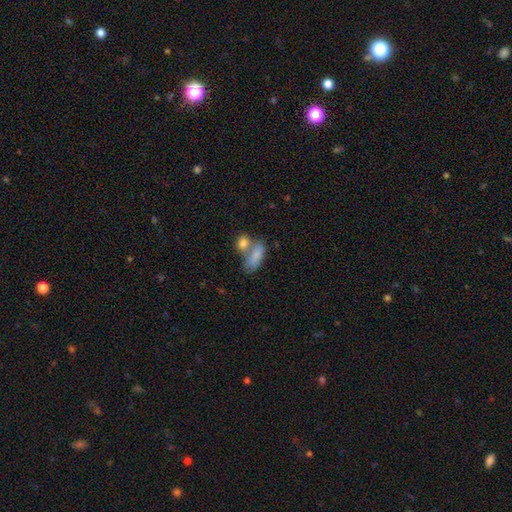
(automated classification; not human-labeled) Smooth or featured? Predicted: smooth (p=0.80). How rounded? Predicted: in between (p=0.79). Merging? Predicted: merger (p=0.48).